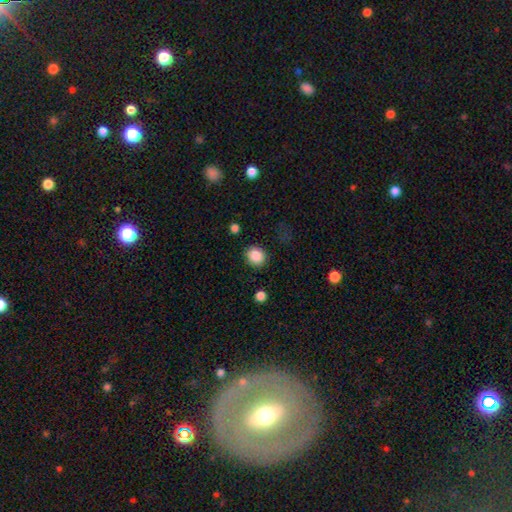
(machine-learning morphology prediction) smooth-or-featured: smooth: 88% | star or artifact: 9% | featured or disk: 4%
  how-rounded: round: 67% | in between: 32% | cigar-shaped: 1%
  merging: none: 85% | minor disturbance: 10% | major disturbance: 3% | merger: 2%